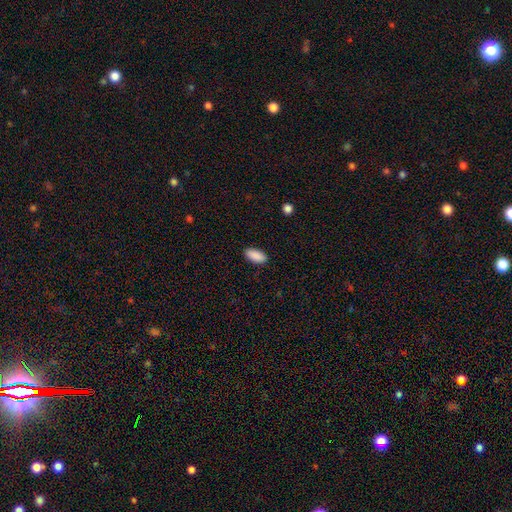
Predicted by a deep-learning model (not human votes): smooth 90%, star or artifact 6%, featured or disk 3%. Down the decision tree: how rounded — in between (90%); merging — none (89%).